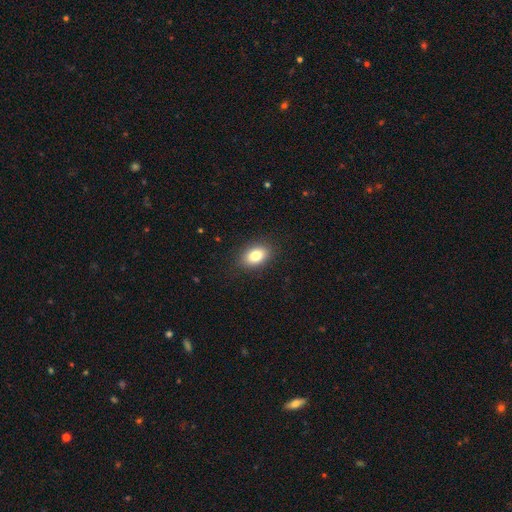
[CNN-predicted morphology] Smooth or featured?
  - smooth: 82% *
  - featured or disk: 9%
  - star or artifact: 9%
How rounded?
  - in between: 84% *
  - round: 15%
  - cigar-shaped: 1%
Merging?
  - none: 88% *
  - minor disturbance: 8%
  - major disturbance: 2%
  - merger: 1%